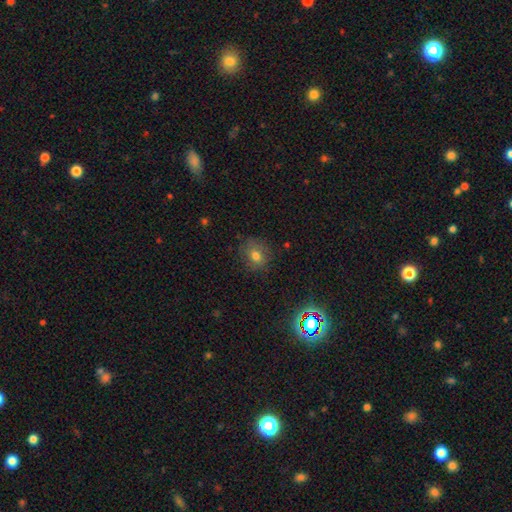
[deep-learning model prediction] Smooth or featured? Predicted: smooth (p=0.69). How rounded? Predicted: round (p=0.70). Merging? Predicted: none (p=0.78).